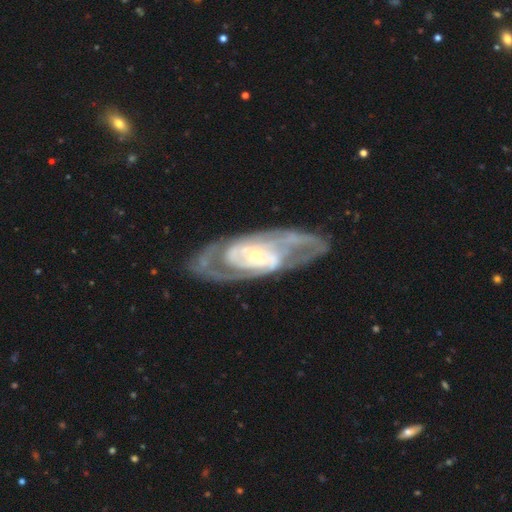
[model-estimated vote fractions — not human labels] The model was most divided on "spiral winding": tight: 53%, medium: 37%, loose: 10%. More confident: edge-on disk — no (92%); spiral arms — yes (90%); smooth or featured — featured or disk (88%); merging — none (73%); bulge size — small (69%); spiral arm count — 2 (63%); bar — no (58%).